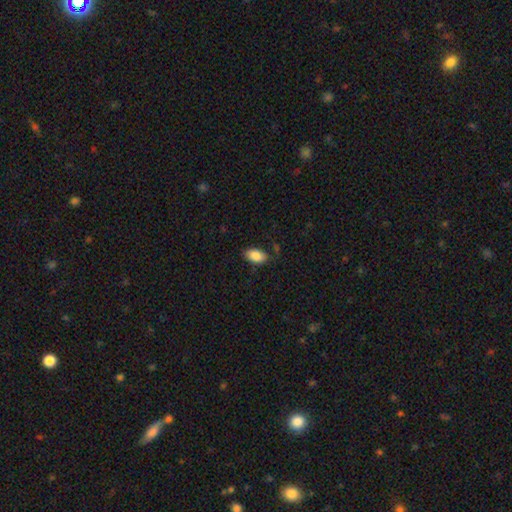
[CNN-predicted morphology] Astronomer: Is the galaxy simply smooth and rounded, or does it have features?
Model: smooth — 87%.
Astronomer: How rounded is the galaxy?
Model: in between — 94%.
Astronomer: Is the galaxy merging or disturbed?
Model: none — 80%.